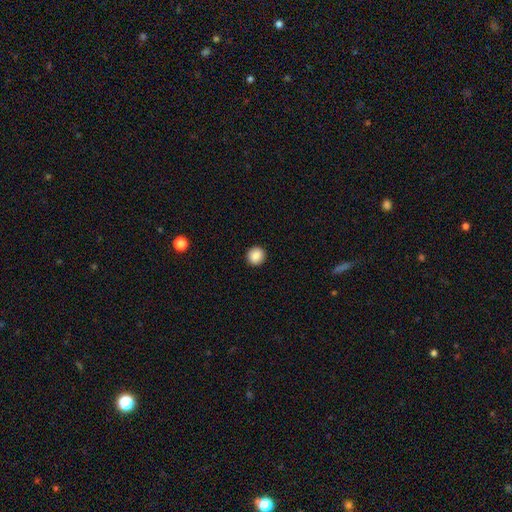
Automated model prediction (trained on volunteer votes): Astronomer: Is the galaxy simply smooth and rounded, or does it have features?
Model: smooth — 87%.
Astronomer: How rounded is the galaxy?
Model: round — 94%.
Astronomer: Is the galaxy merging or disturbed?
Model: none — 93%.